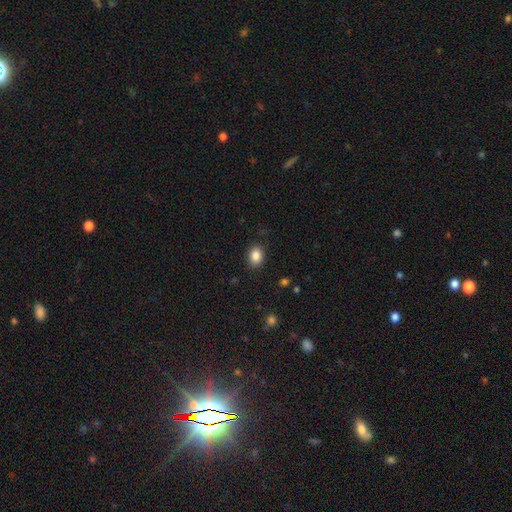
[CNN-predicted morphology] smooth_or_featured: smooth (p=0.87) [alt: star or artifact p=0.09]
how_rounded: in between (p=0.70) [alt: round p=0.29]
merging: none (p=0.87) [alt: minor disturbance p=0.10]